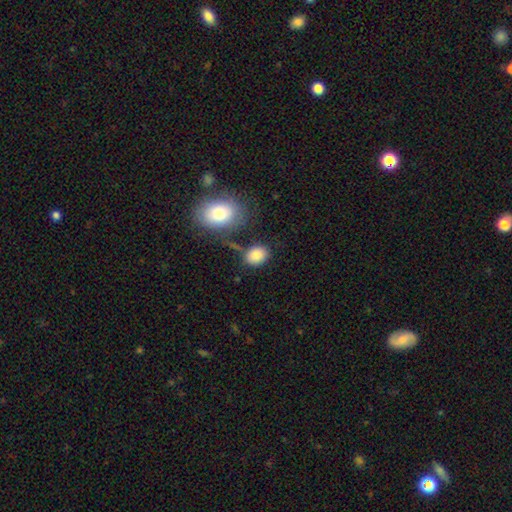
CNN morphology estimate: A smooth galaxy with no disk features (85%) that is in between round and cigar-shaped (63%). Merging: none (71%).